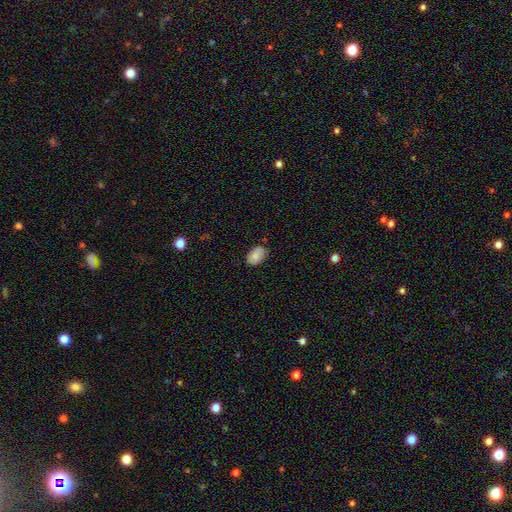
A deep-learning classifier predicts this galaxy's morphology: smooth-or-featured: smooth: 83% | featured or disk: 10% | star or artifact: 8%
  how-rounded: in between: 88% | round: 11% | cigar-shaped: 1%
  merging: none: 79% | minor disturbance: 17% | major disturbance: 3% | merger: 1%